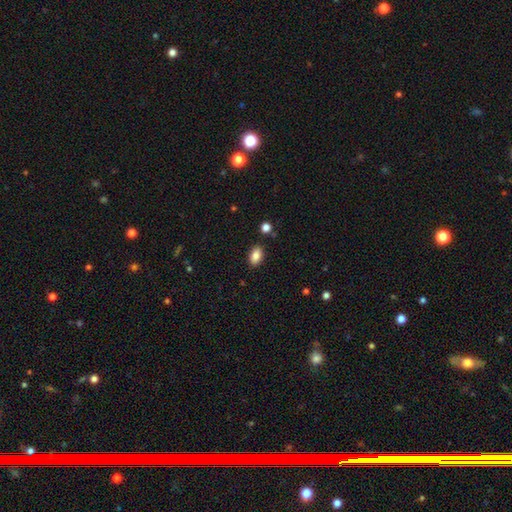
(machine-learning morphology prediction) smooth-or-featured: smooth: 86% | star or artifact: 8% | featured or disk: 6%
  how-rounded: in between: 91% | round: 7% | cigar-shaped: 2%
  merging: none: 87% | minor disturbance: 8% | merger: 2% | major disturbance: 2%